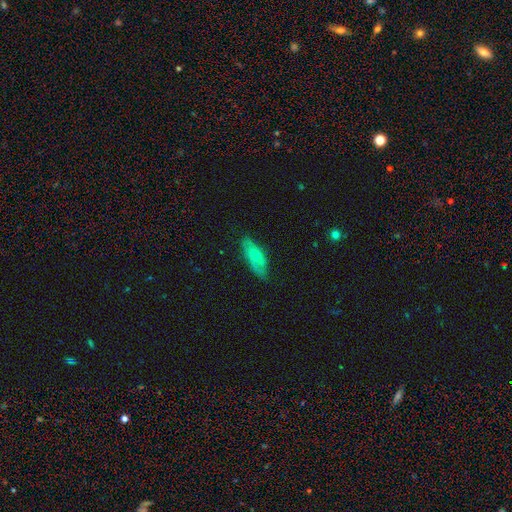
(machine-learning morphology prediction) Smooth or featured?
  - smooth: 50% *
  - featured or disk: 42%
  - star or artifact: 7%
How rounded?
  - in between: 64% *
  - cigar-shaped: 33%
  - round: 3%
Merging?
  - none: 77% *
  - minor disturbance: 18%
  - major disturbance: 3%
  - merger: 1%